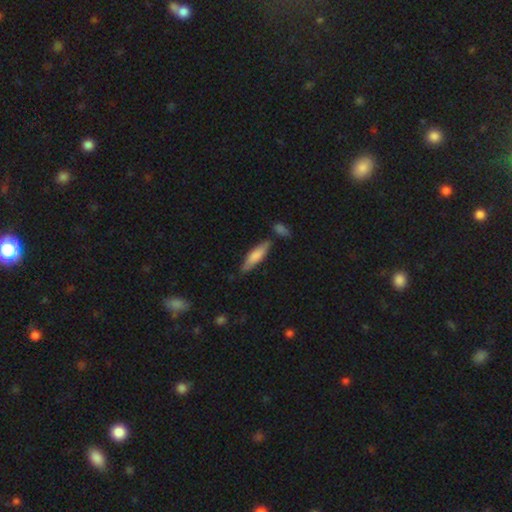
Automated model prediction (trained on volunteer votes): Smooth or featured? Predicted: smooth (p=0.70). How rounded? Predicted: cigar-shaped (p=0.62). Merging? Predicted: none (p=0.68).